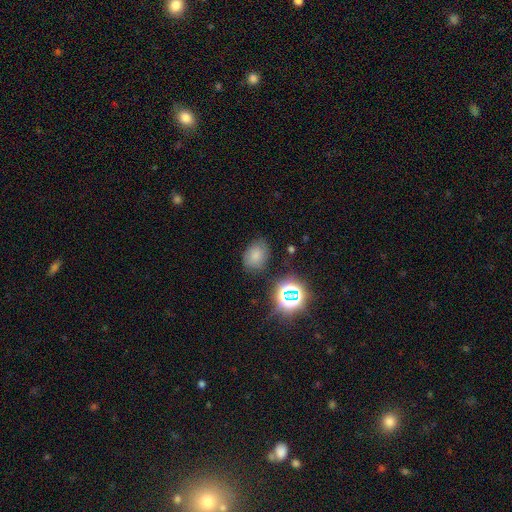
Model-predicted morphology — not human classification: Smooth or featured: smooth — 69% (star or artifact — 20%)
How rounded: in between — 69% (round — 30%)
Merging: none — 74% (minor disturbance — 18%)